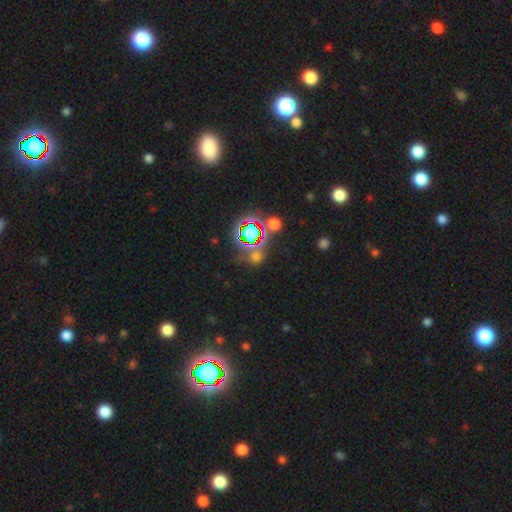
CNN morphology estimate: star or artifact 54%, smooth 36%, featured or disk 10%.